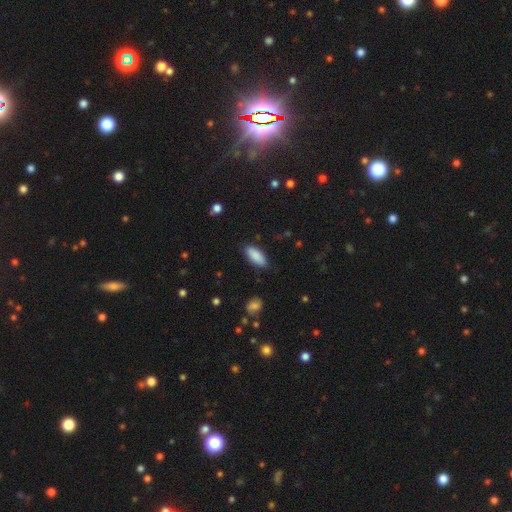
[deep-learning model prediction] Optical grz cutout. It shows a smooth galaxy with no disk features (88%) that is in between round and cigar-shaped (84%). Merging: none (84%).